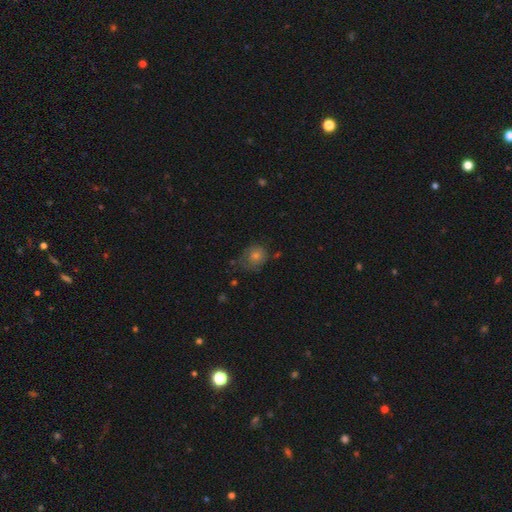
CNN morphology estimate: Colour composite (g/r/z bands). It shows a smooth galaxy with no disk features (67%) that is round (72%). Merging: none (60%).